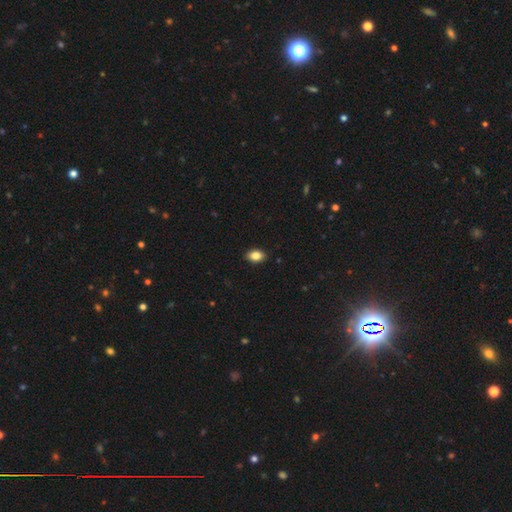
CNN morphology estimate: A smooth galaxy with no disk features (85%) that is in between round and cigar-shaped (84%). Merging: none (89%).